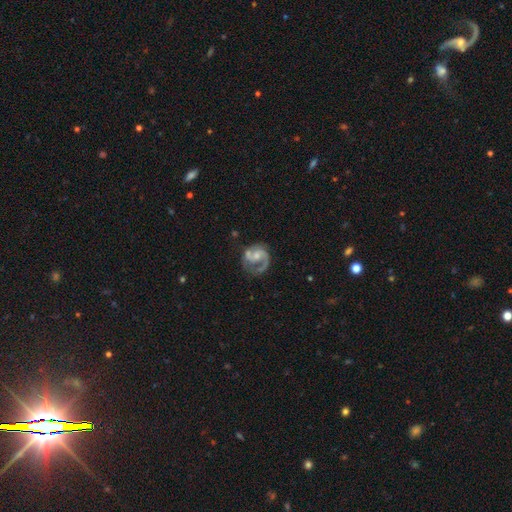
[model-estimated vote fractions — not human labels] This appears to be a featured or disk galaxy (84%) with no bar (55%), 2 (70%) medium (52%) spiral arms (94%) and a small central bulge (46%). Merging: none (55%).